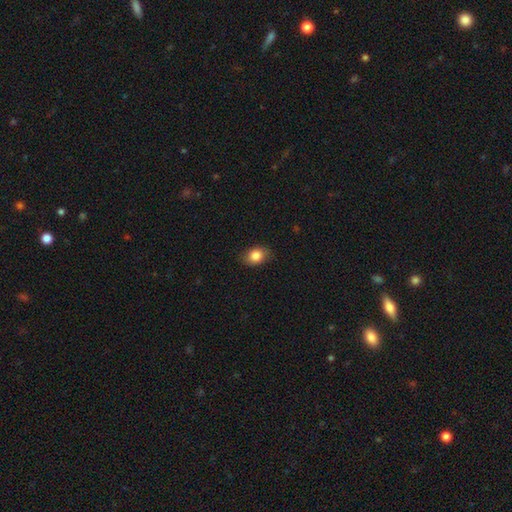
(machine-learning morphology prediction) smooth_or_featured: smooth (p=0.84) [alt: star or artifact p=0.09]
how_rounded: in between (p=0.69) [alt: round p=0.30]
merging: none (p=0.83) [alt: minor disturbance p=0.13]